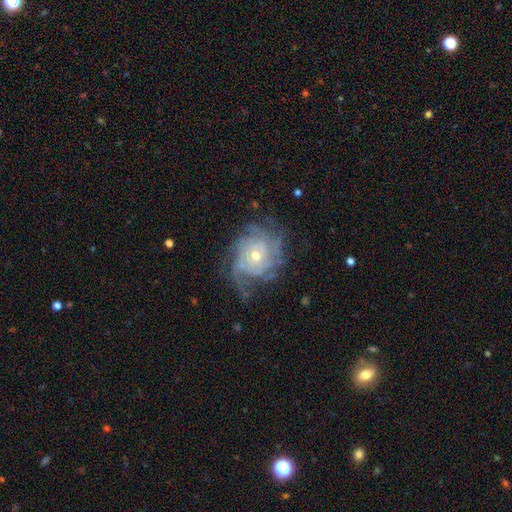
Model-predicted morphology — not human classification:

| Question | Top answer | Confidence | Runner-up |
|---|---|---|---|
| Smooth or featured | featured or disk | 86% | star or artifact (7%) |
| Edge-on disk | no | 97% | yes (3%) |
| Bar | no | 77% | weak (19%) |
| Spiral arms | yes | 96% | no (4%) |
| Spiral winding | tight | 65% | medium (27%) |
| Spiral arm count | can't tell | 32% | 4 (22%) |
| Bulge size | small | 54% | moderate (42%) |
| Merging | none | 68% | minor disturbance (19%) |